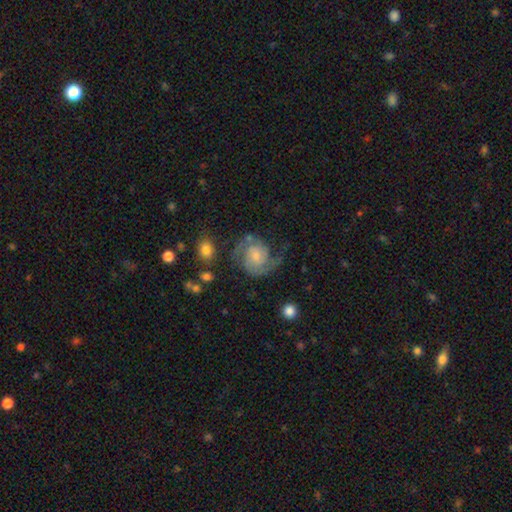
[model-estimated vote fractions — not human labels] Smooth or featured? featured or disk (82%)
Edge-on disk? no (98%)
Bar? no (62%)
Spiral arms? yes (96%)
Spiral winding? medium (49%)
Spiral arm count? 2 (83%)
Bulge size? small (54%)
Merging? none (58%)